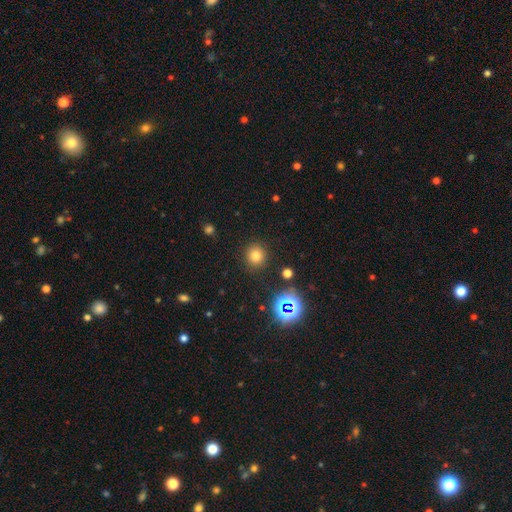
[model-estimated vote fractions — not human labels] Smooth or featured: smooth — 74% (star or artifact — 19%)
How rounded: round — 93% (in between — 6%)
Merging: none — 89% (minor disturbance — 6%)